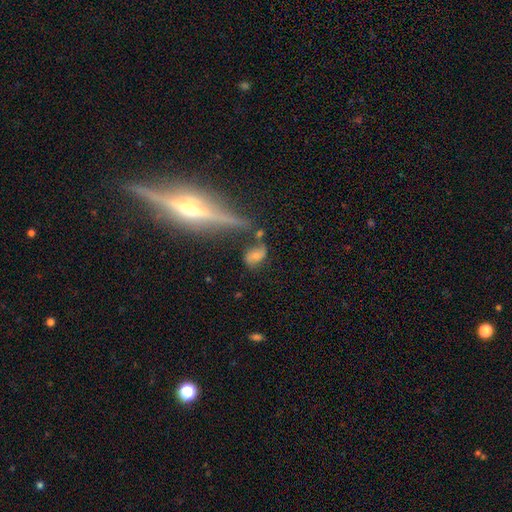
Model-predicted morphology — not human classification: type=smooth (46%); merging=none (51%).